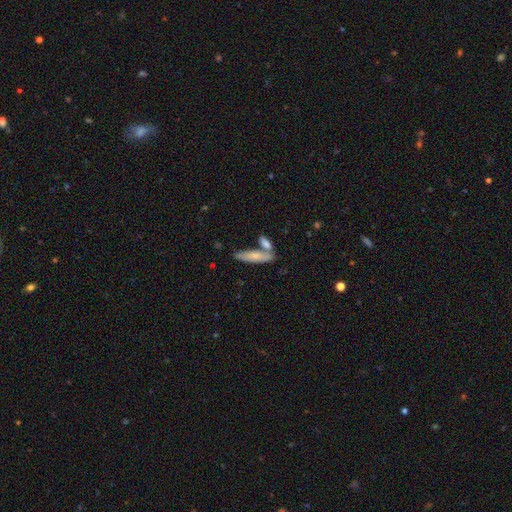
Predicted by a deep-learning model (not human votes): smooth_or_featured: smooth (p=0.71) [alt: featured or disk p=0.23]
how_rounded: cigar-shaped (p=0.68) [alt: in between p=0.30]
merging: none (p=0.57) [alt: merger p=0.27]